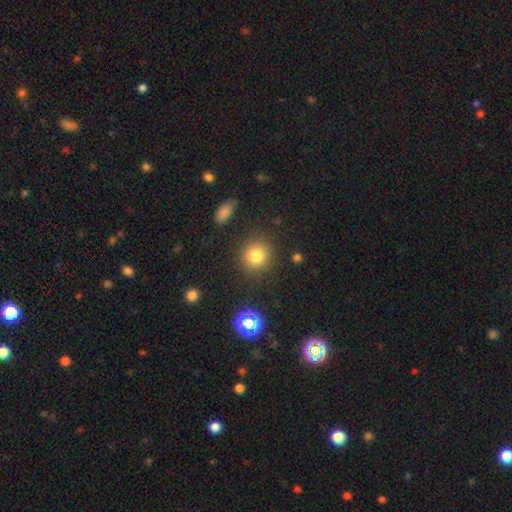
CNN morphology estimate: A smooth galaxy with no disk features (78%) that is round (90%).

Vote fractions:
- Smooth or featured? smooth: 78% / star or artifact: 14% / featured or disk: 7%
- How rounded? round: 90% / in between: 9% / cigar-shaped: 1%
- Merging? none: 86% / minor disturbance: 8% / major disturbance: 3% / merger: 3%